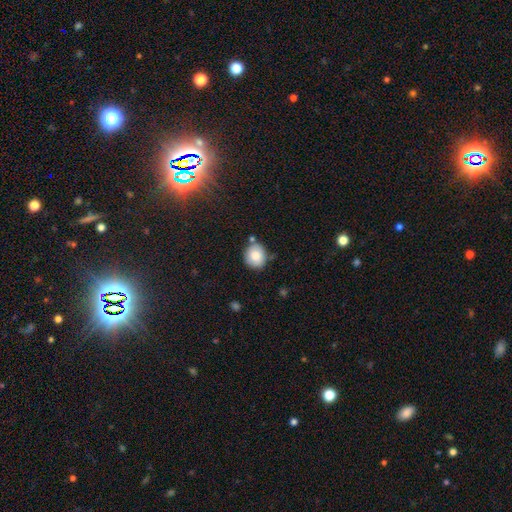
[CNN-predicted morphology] smooth-or-featured: smooth: 82% | featured or disk: 10% | star or artifact: 8%
  how-rounded: round: 82% | in between: 17% | cigar-shaped: 1%
  merging: none: 74% | minor disturbance: 15% | merger: 7% | major disturbance: 3%